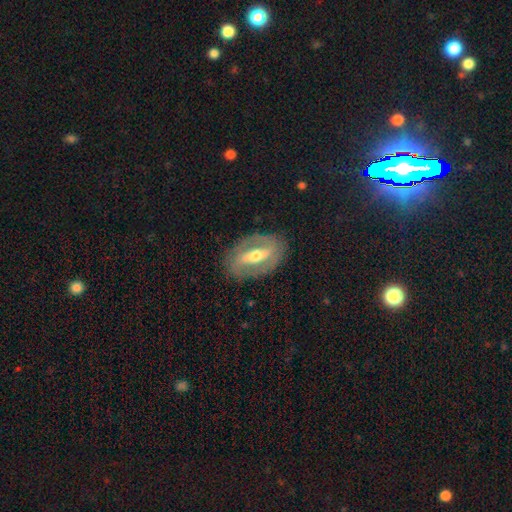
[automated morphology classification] Smooth or featured? featured or disk (77%)
Edge-on disk? no (88%)
Bar? strong (61%)
Spiral arms? yes (66%)
Bulge size? moderate (64%)
Merging? none (82%)